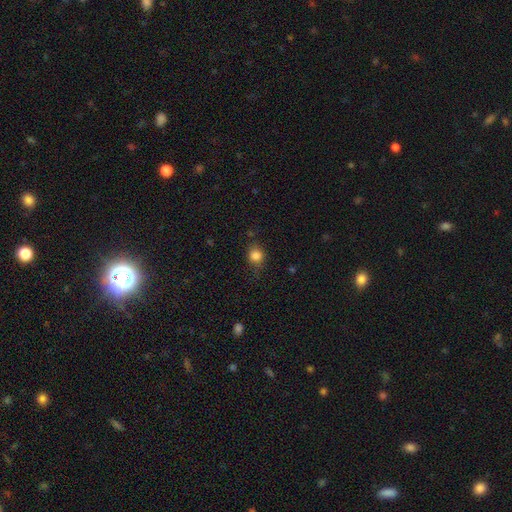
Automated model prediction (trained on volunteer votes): The model was most divided on "merging": none: 69%, minor disturbance: 22%, major disturbance: 6%, merger: 2%. More confident: smooth or featured — smooth (82%); how rounded — round (74%).